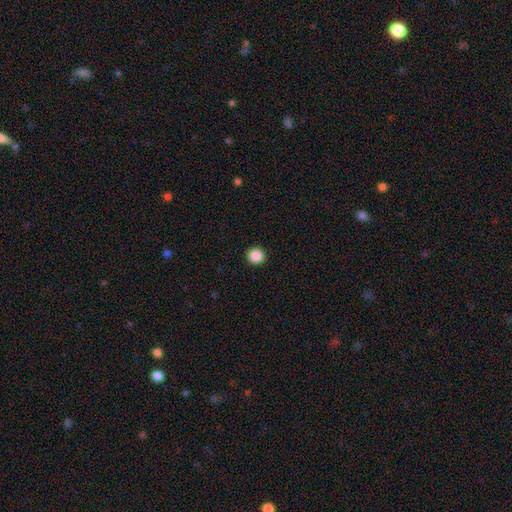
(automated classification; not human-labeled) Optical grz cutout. It shows a smooth galaxy with no disk features (87%) that is round (96%). Merging: none (94%).